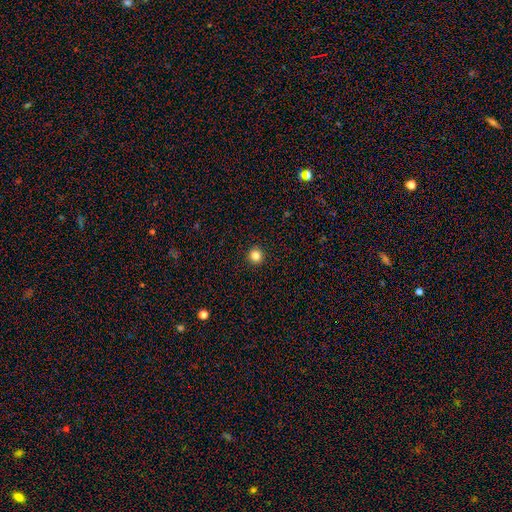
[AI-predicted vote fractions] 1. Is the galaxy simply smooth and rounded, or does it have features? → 84% smooth, 11% star or artifact, 4% featured or disk.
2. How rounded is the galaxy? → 93% round, 6% in between, 1% cigar-shaped.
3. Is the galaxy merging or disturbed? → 93% none, 4% minor disturbance, 2% major disturbance, 1% merger.